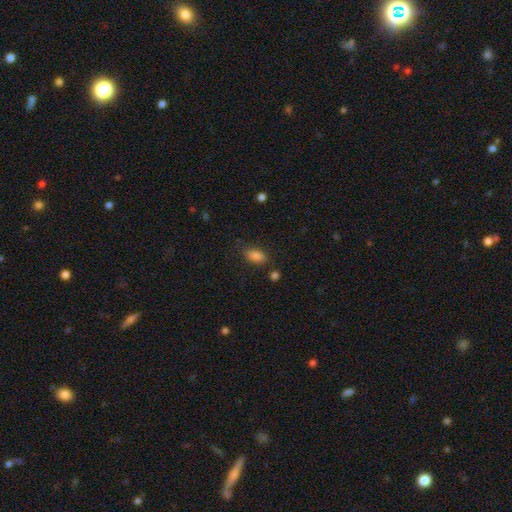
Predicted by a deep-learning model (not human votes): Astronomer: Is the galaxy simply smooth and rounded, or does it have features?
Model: smooth — 86%.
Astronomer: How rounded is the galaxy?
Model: in between — 89%.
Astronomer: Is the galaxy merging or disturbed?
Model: none — 77%.